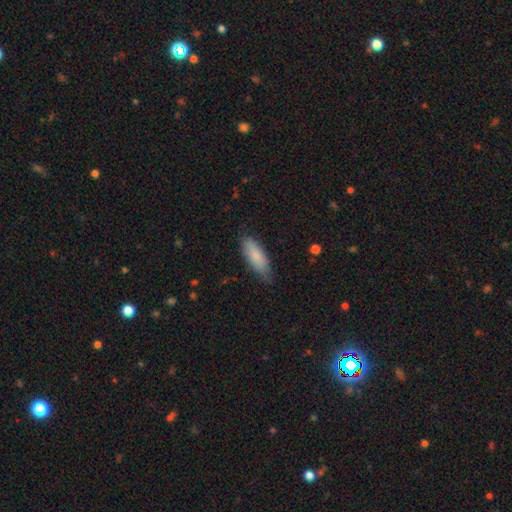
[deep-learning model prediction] The model was most divided on "how rounded": in between: 65%, cigar-shaped: 34%, round: 2%. More confident: smooth or featured — smooth (84%); merging — none (75%).